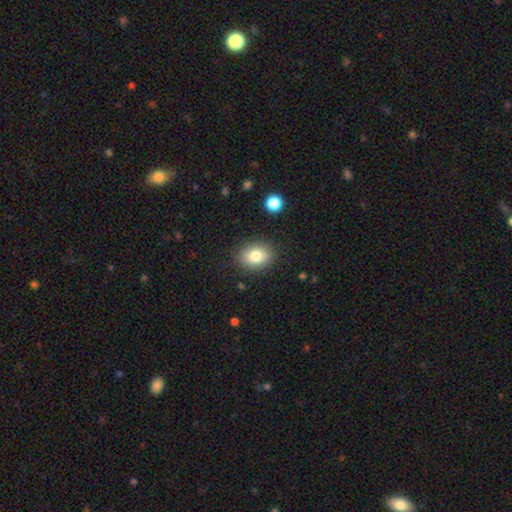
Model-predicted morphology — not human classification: Smooth or featured: smooth — 81% (featured or disk — 10%)
How rounded: in between — 64% (round — 35%)
Merging: none — 86% (minor disturbance — 9%)